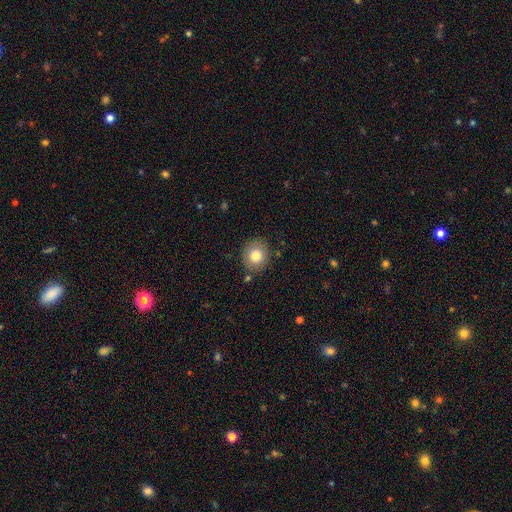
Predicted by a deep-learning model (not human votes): A smooth galaxy with no disk features (79%) that is round (77%).

Vote fractions:
- Smooth or featured? smooth: 79% / featured or disk: 11% / star or artifact: 10%
- How rounded? round: 77% / in between: 22% / cigar-shaped: 1%
- Merging? none: 84% / minor disturbance: 10% / merger: 3% / major disturbance: 3%